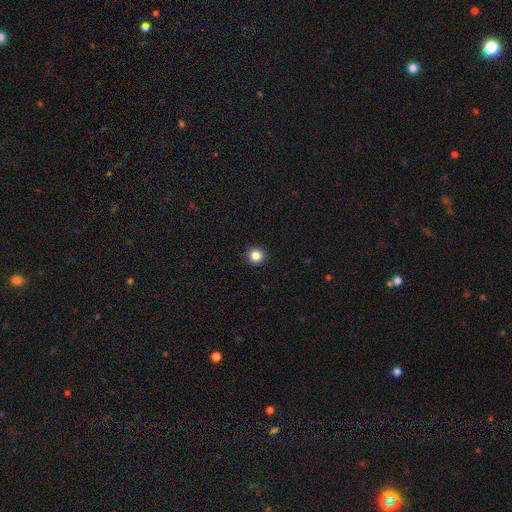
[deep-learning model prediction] A smooth galaxy with no disk features (86%) that is round (95%).

Vote fractions:
- Smooth or featured? smooth: 86% / star or artifact: 11% / featured or disk: 4%
- How rounded? round: 95% / in between: 5% / cigar-shaped: 1%
- Merging? none: 94% / minor disturbance: 4% / major disturbance: 1% / merger: 1%